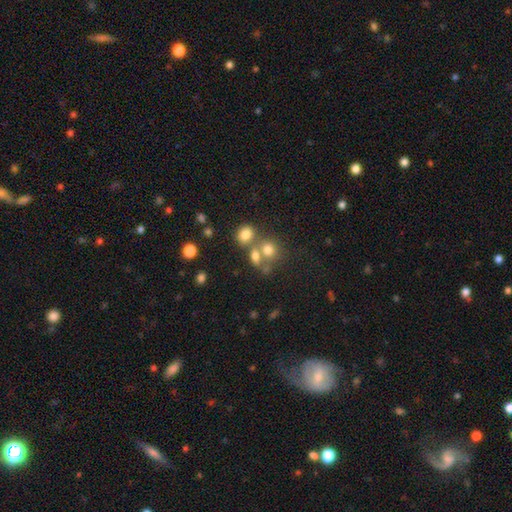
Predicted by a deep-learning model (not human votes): The model was most divided on "merging": none: 43%, merger: 41%, minor disturbance: 10%, major disturbance: 6%. More confident: smooth or featured — smooth (69%); how rounded — round (52%).